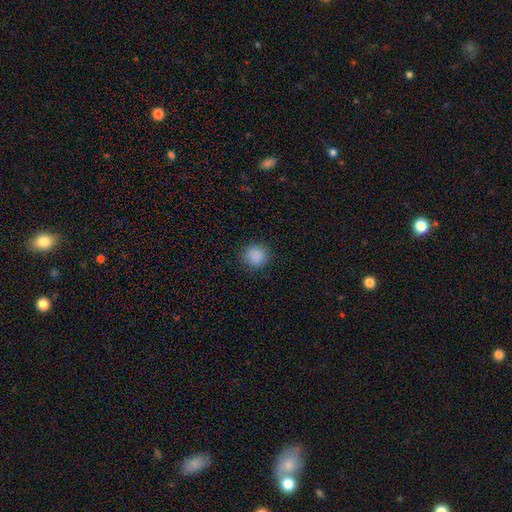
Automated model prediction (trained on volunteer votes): A smooth galaxy with no disk features (88%) that is round (90%).

Vote fractions:
- Smooth or featured? smooth: 88% / star or artifact: 10% / featured or disk: 3%
- How rounded? round: 90% / in between: 9% / cigar-shaped: 1%
- Merging? none: 89% / minor disturbance: 7% / major disturbance: 3% / merger: 1%